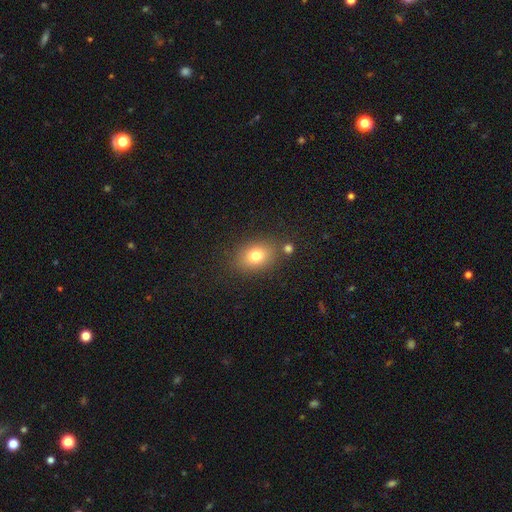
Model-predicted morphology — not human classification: Overall: smooth (77%). How rounded: in between (66%; round 33%). Merging: none (79%).